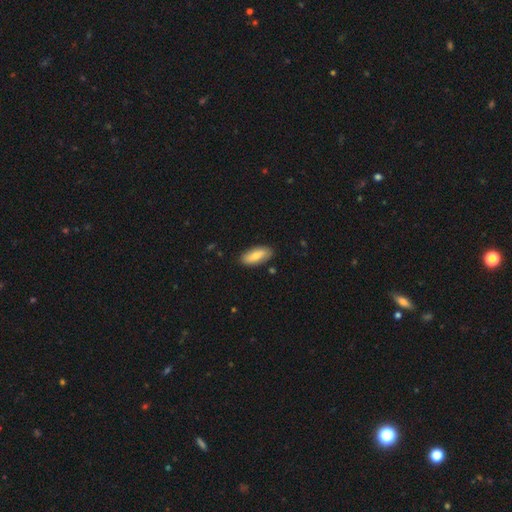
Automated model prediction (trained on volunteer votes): Morphology: type=smooth (77%); roundness=in between (83%); merging=none (86%).